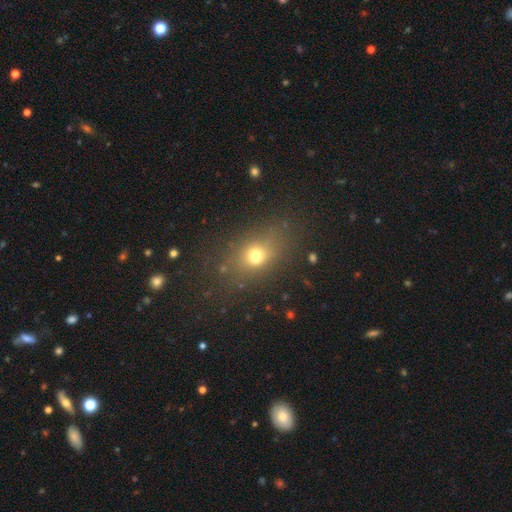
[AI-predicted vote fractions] smooth-or-featured: smooth: 65% | star or artifact: 20% | featured or disk: 15%
  how-rounded: in between: 59% | round: 37% | cigar-shaped: 3%
  merging: none: 68% | minor disturbance: 15% | major disturbance: 9% | merger: 7%